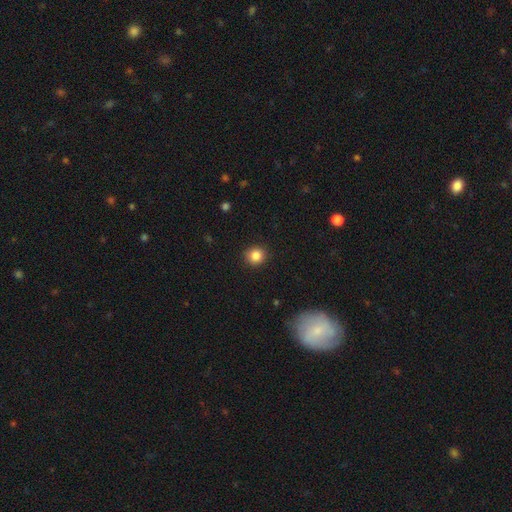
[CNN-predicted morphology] Smooth or featured? smooth (85%)
How rounded? round (90%)
Merging? none (90%)